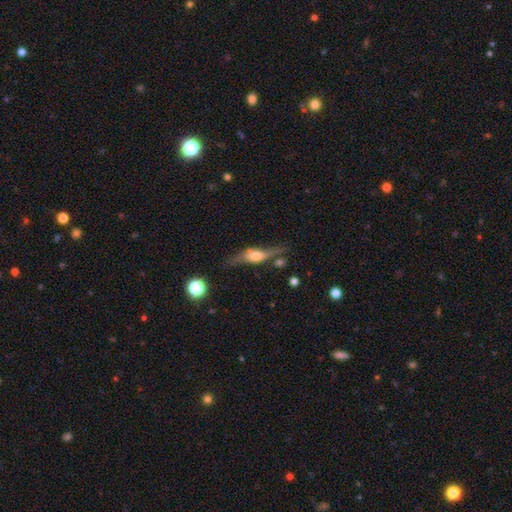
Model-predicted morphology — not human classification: A featured or disk galaxy (69%) viewed edge-on (86%) with a rounded central bulge (82%). Merging: none (61%).